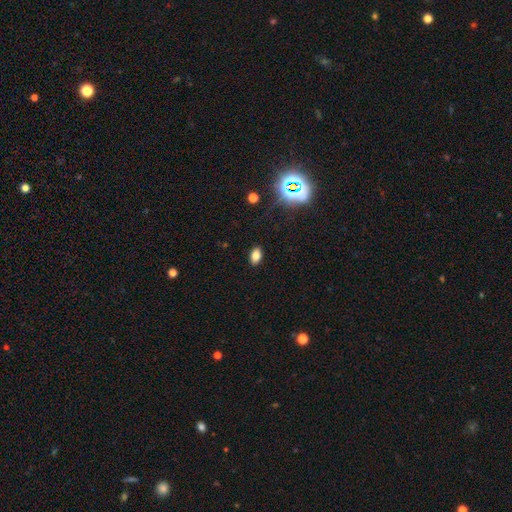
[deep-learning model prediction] Q: Smooth or featured?
A: smooth (79%); runner-up: star or artifact (14%)
Q: How rounded?
A: in between (88%); runner-up: round (9%)
Q: Merging?
A: none (89%); runner-up: minor disturbance (8%)